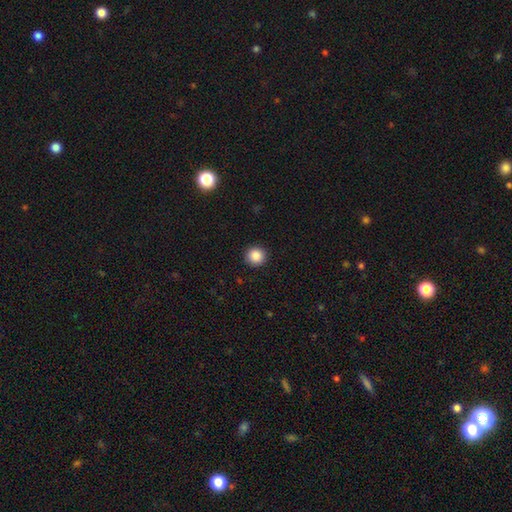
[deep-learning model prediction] Overall: smooth (87%). How rounded: round (95%). Merging: none (93%).